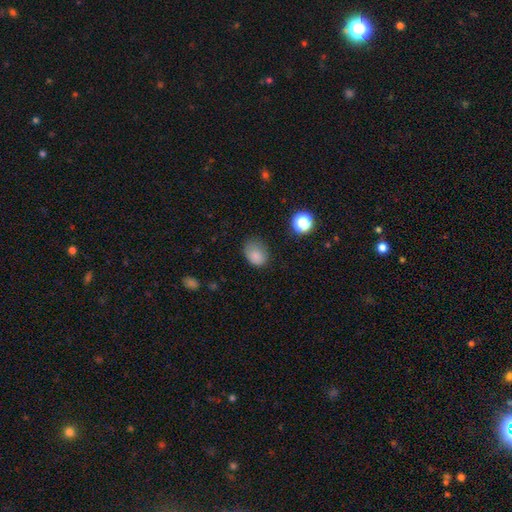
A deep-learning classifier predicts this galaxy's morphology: smooth 82%, star or artifact 12%, featured or disk 6%. Down the decision tree: how rounded — in between (69%); merging — none (57%).